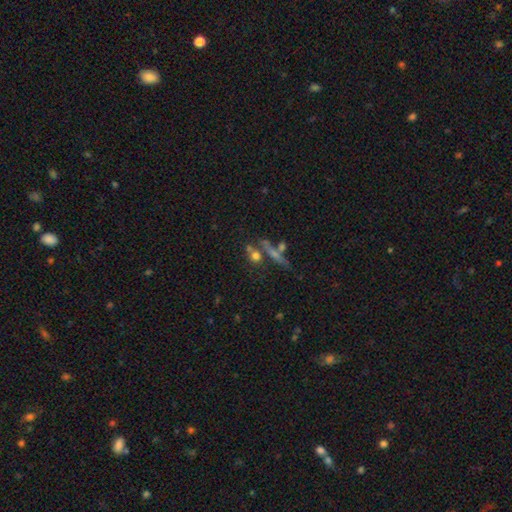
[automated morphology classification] smooth-or-featured: smooth: 56% | featured or disk: 25% | star or artifact: 19%
  how-rounded: round: 57% | cigar-shaped: 25% | in between: 18%
  merging: none: 56% | merger: 26% | minor disturbance: 11% | major disturbance: 7%